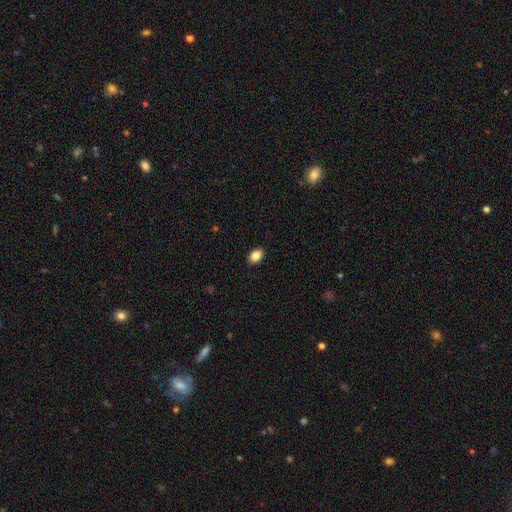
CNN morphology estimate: Q: Smooth or featured?
A: smooth (85%); runner-up: star or artifact (8%)
Q: How rounded?
A: in between (84%); runner-up: round (15%)
Q: Merging?
A: none (90%); runner-up: minor disturbance (8%)